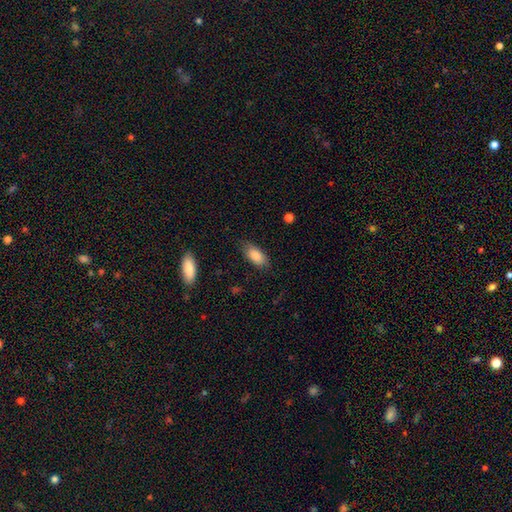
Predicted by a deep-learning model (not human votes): Smooth or featured: smooth — 86% (featured or disk — 7%)
How rounded: in between — 89% (cigar-shaped — 8%)
Merging: none — 80% (minor disturbance — 15%)